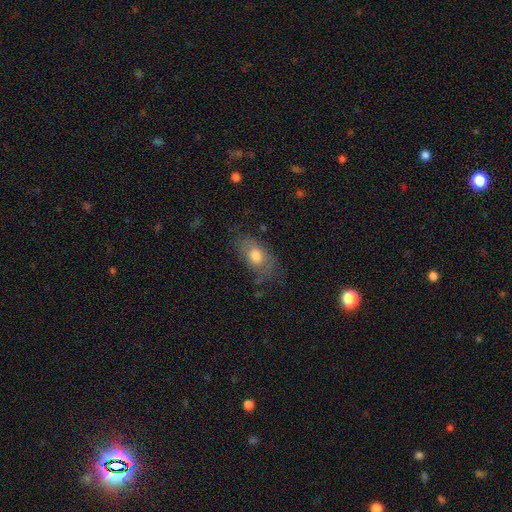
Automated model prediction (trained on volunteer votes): smooth 71%, featured or disk 21%, star or artifact 8%. Down the decision tree: how rounded — in between (84%); merging — none (62%).